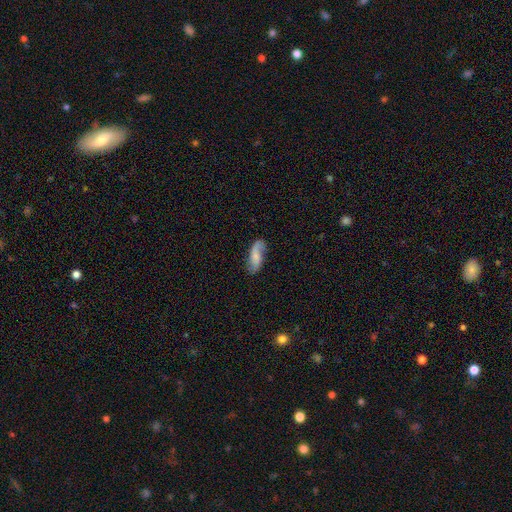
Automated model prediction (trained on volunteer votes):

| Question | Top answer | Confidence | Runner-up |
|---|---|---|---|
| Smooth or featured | featured or disk | 54% | smooth (39%) |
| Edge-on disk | no | 93% | yes (7%) |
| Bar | no | 54% | weak (36%) |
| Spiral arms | yes | 91% | no (9%) |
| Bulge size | small | 40% | none (26%) |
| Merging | none | 67% | minor disturbance (22%) |